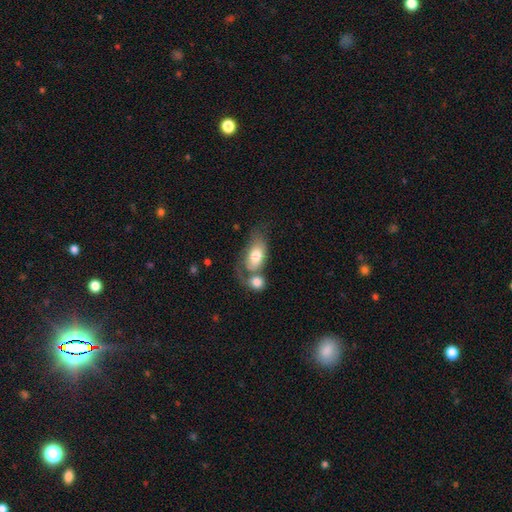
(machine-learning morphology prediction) This appears to be a smooth galaxy with no disk features (70%) that is in between round and cigar-shaped (89%). Merging: merger (52%).